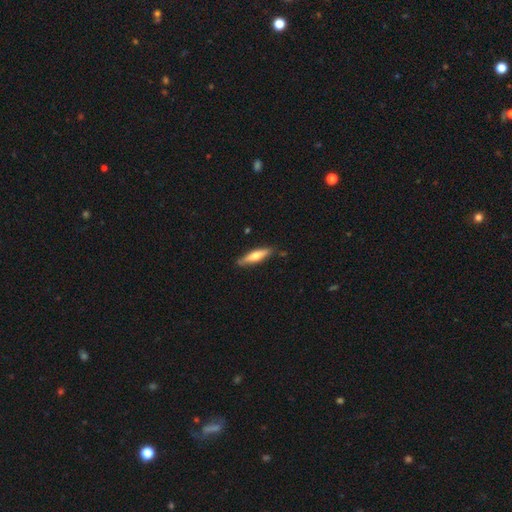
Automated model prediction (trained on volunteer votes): smooth-or-featured: smooth: 56% | featured or disk: 39% | star or artifact: 5%
  how-rounded: cigar-shaped: 74% | in between: 24% | round: 2%
  merging: none: 83% | minor disturbance: 13% | major disturbance: 2% | merger: 2%